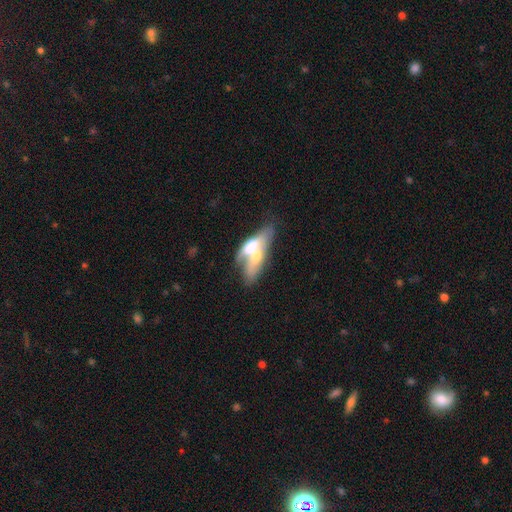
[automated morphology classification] smooth_or_featured: smooth (p=0.50) [alt: featured or disk p=0.44]
merging: merger (p=0.65) [alt: none p=0.17]